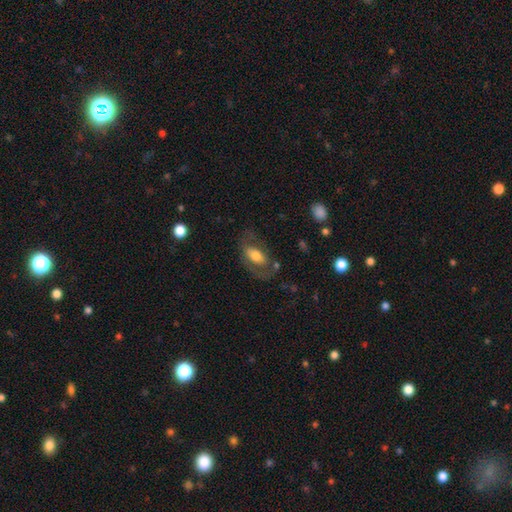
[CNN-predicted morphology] Smooth or featured? smooth (52%)
How rounded? in between (89%)
Merging? none (59%)